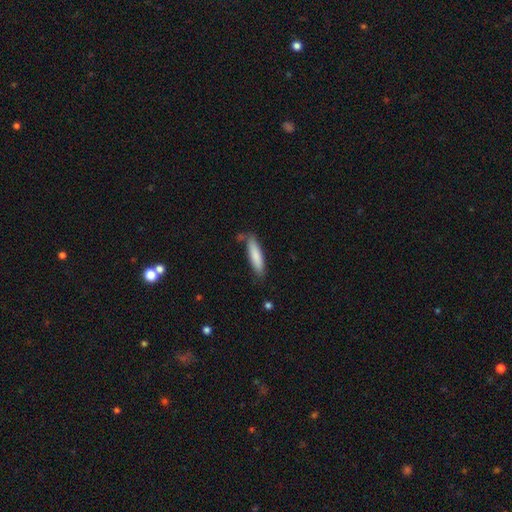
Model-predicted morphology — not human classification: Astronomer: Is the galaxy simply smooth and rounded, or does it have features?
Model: smooth — 82%.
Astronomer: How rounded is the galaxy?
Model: cigar-shaped — 77%.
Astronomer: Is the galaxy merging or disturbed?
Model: none — 77%.